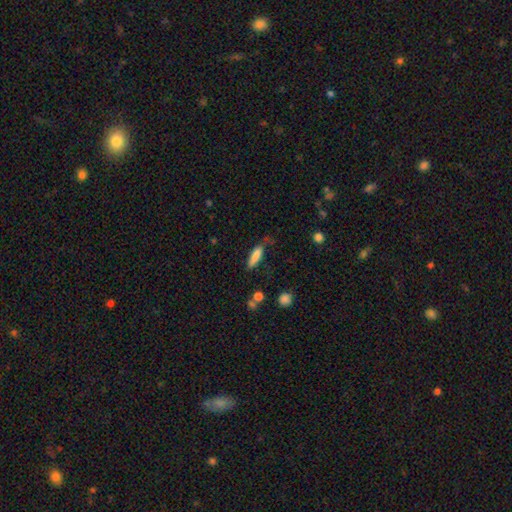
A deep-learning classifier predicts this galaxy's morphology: Overall: smooth (81%). How rounded: cigar-shaped (60%; in between 38%). Merging: none (61%; minor disturbance 26%).